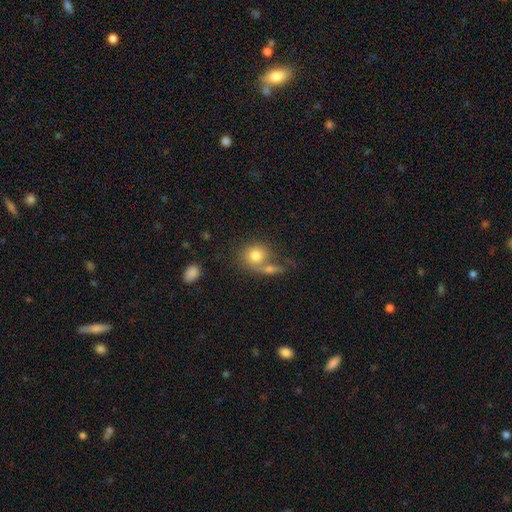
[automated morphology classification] Smooth or featured? Predicted: smooth (p=0.75). How rounded? Predicted: round (p=0.75). Merging? Predicted: merger (p=0.43).